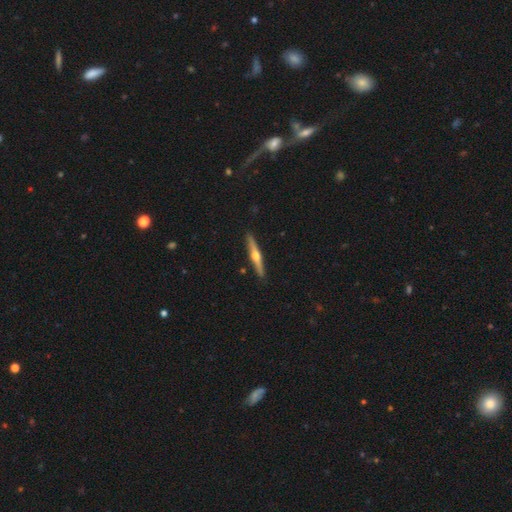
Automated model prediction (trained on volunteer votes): Smooth or featured? Predicted: featured or disk (p=0.68). Edge-on disk? Predicted: yes (p=0.98). Edge-on bulge? Predicted: rounded (p=0.94). Merging? Predicted: none (p=0.91).